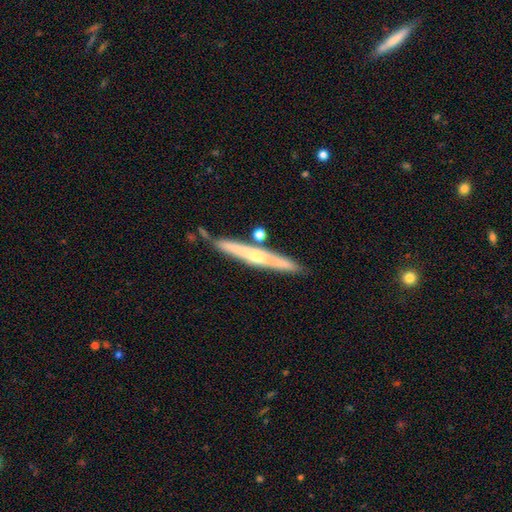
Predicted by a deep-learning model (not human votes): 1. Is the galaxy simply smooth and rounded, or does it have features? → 60% featured or disk, 34% smooth, 6% star or artifact.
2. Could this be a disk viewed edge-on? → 93% yes, 7% no.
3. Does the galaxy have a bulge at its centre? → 70% rounded, 26% none, 4% boxy.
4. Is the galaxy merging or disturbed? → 79% none, 12% minor disturbance, 6% merger, 2% major disturbance.